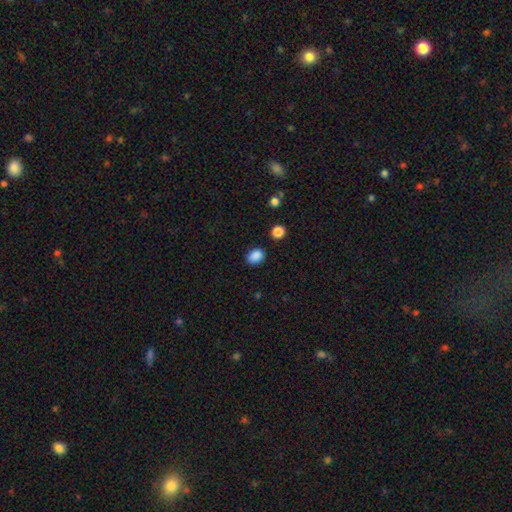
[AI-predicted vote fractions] Smooth or featured? smooth (87%)
How rounded? in between (65%)
Merging? none (83%)